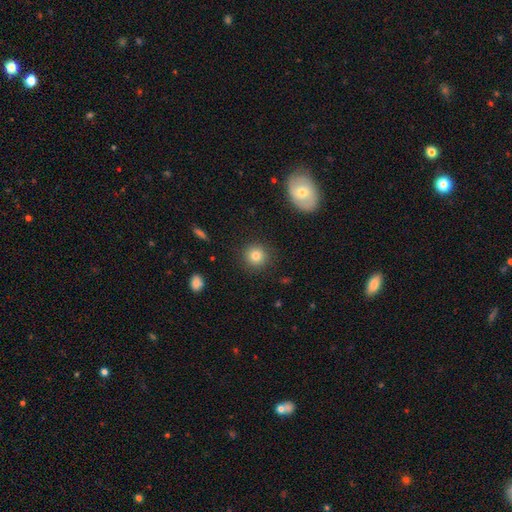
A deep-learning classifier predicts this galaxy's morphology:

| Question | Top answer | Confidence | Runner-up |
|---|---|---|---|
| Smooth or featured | smooth | 81% | star or artifact (11%) |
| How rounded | round | 92% | in between (7%) |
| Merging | none | 89% | minor disturbance (7%) |